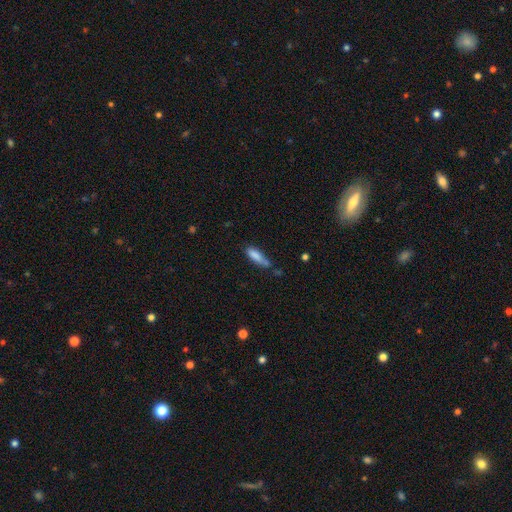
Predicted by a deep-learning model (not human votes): smooth_or_featured: smooth (p=0.81) [alt: featured or disk p=0.11]
how_rounded: cigar-shaped (p=0.57) [alt: in between p=0.41]
merging: none (p=0.48) [alt: minor disturbance p=0.32]